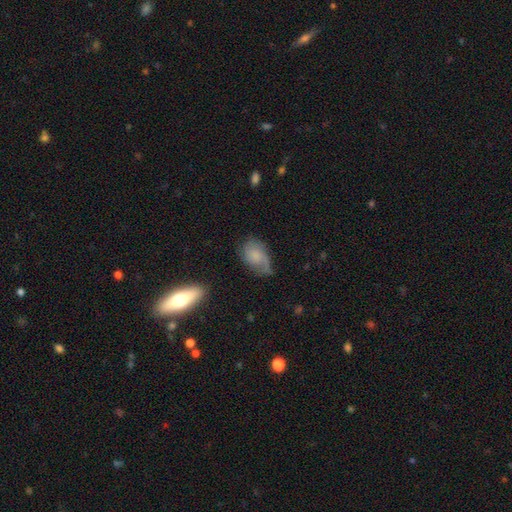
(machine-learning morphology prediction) Q: Smooth or featured?
A: featured or disk (47%); runner-up: smooth (44%)
Q: Merging?
A: none (51%); runner-up: minor disturbance (30%)